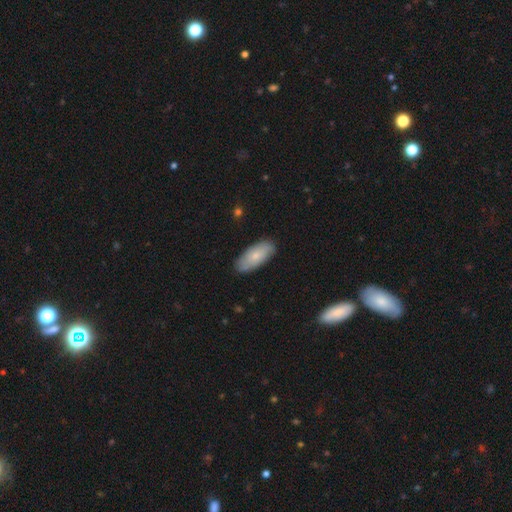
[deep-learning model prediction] The model was most divided on "smooth or featured": smooth: 64%, featured or disk: 30%, star or artifact: 6%. More confident: how rounded — in between (87%); merging — none (82%).